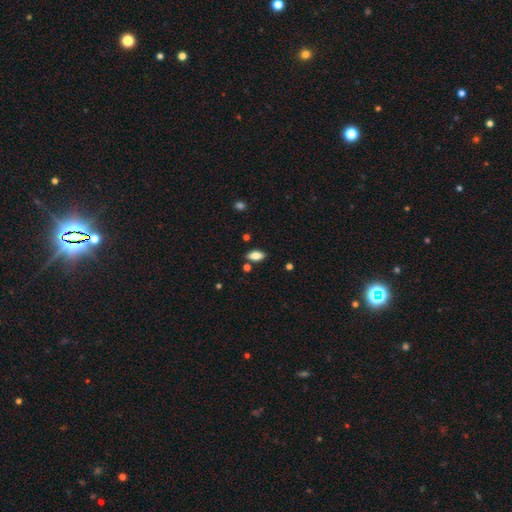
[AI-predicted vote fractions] smooth 81%, featured or disk 11%, star or artifact 8%. Down the decision tree: how rounded — in between (88%); merging — none (82%).